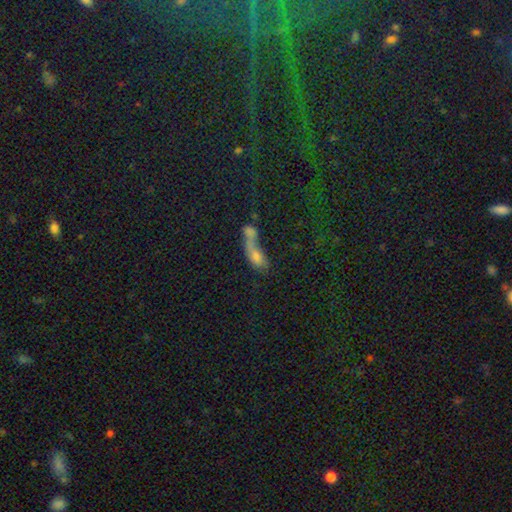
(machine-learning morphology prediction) smooth_or_featured: smooth (p=0.61) [alt: featured or disk p=0.25]
how_rounded: in between (p=0.65) [alt: cigar-shaped p=0.24]
merging: merger (p=0.68) [alt: none p=0.13]